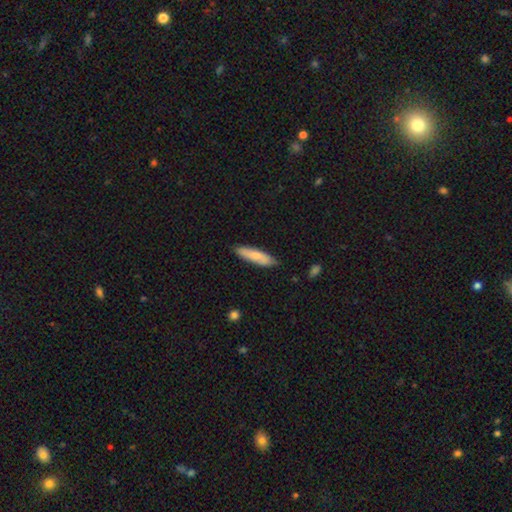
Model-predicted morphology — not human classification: This appears to be a smooth galaxy with no disk features (75%) that is cigar-shaped (70%). Merging: none (81%).